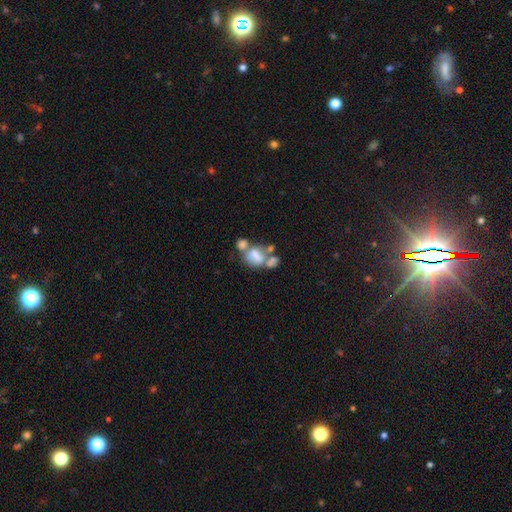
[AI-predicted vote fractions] The model was most divided on "smooth or featured": smooth: 56%, featured or disk: 33%, star or artifact: 11%. More confident: how rounded — in between (79%); merging — merger (60%).